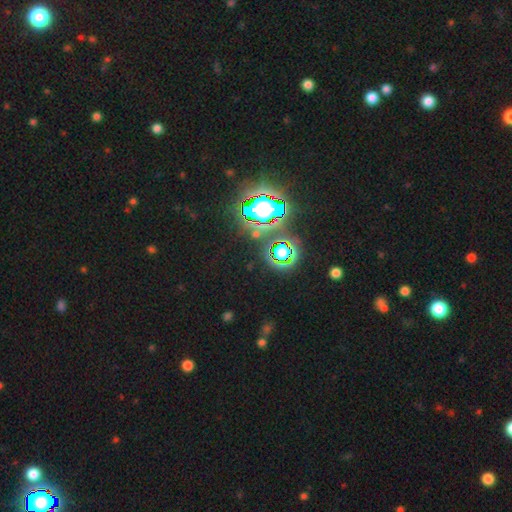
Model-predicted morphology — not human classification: A star or artifact, not a galaxy (82%).

Vote fractions:
- Smooth or featured? star or artifact: 82% / smooth: 12% / featured or disk: 6%